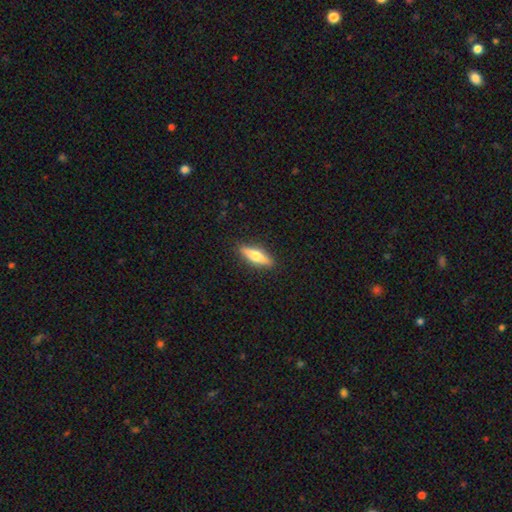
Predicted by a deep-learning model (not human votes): smooth-or-featured: featured or disk: 50% | smooth: 45% | star or artifact: 6%
  merging: none: 90% | minor disturbance: 7% | major disturbance: 2% | merger: 1%